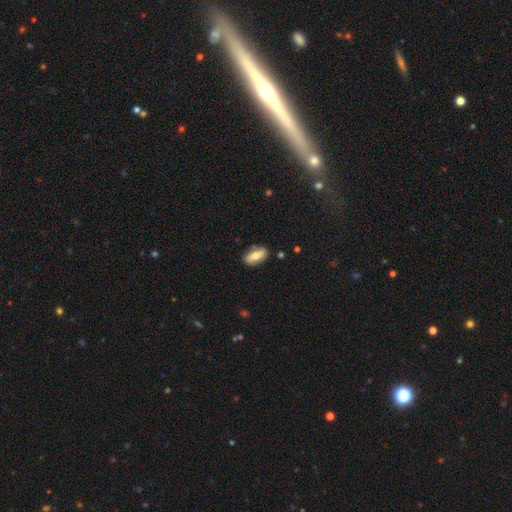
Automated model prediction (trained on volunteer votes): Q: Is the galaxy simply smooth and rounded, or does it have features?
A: smooth — 63%.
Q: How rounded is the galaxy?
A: in between — 81%.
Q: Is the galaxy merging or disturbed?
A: none — 83%.